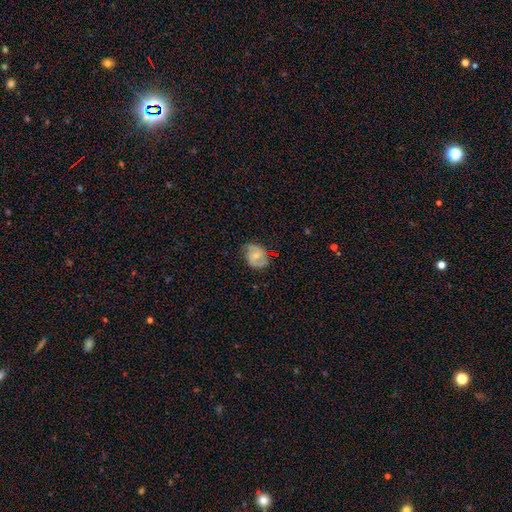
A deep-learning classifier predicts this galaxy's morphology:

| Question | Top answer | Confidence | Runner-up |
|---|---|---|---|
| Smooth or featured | featured or disk | 65% | smooth (27%) |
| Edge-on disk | no | 97% | yes (3%) |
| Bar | no | 49% | weak (40%) |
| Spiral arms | yes | 90% | no (10%) |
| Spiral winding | medium | 48% | tight (34%) |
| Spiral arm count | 2 | 82% | can't tell (9%) |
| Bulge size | small | 53% | moderate (39%) |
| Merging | none | 68% | minor disturbance (23%) |